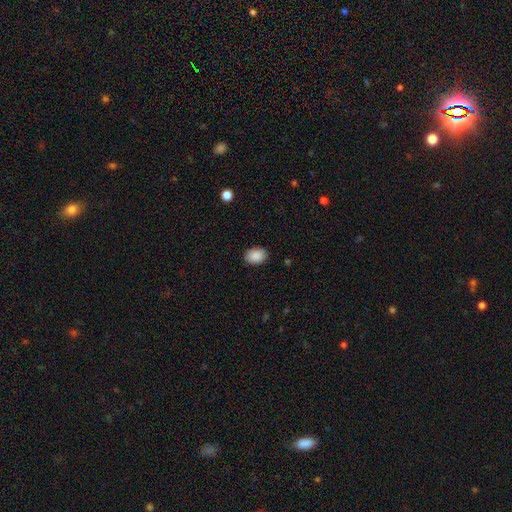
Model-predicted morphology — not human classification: Smooth or featured?
  - smooth: 90% *
  - star or artifact: 7%
  - featured or disk: 3%
How rounded?
  - in between: 77% *
  - round: 22%
  - cigar-shaped: 1%
Merging?
  - none: 88% *
  - minor disturbance: 9%
  - major disturbance: 2%
  - merger: 1%